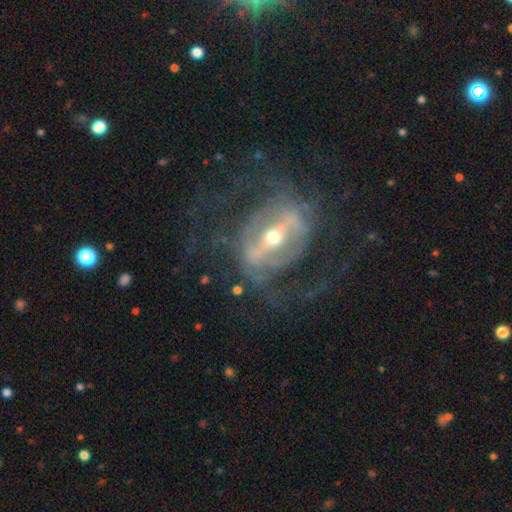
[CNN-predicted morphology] This is clearly a featured or disk galaxy (85%). It is clearly not viewed edge-on (90%). Bar: likely strong (71%). Spiral arm pattern: likely yes (70%). Spiral arm count: likely 2 (62%). Spiral winding: marginally medium (41%). Central bulge: possibly moderate (54%). Merging: possibly none (59%).